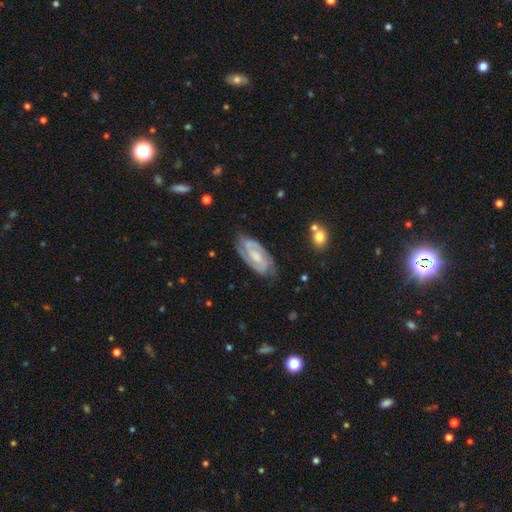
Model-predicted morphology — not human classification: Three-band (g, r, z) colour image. It shows a featured or disk galaxy (84%) with a weak bar (47%), 2 (83%) tight (55%) spiral arms (96%) and a small central bulge (39%). Merging: none (78%).